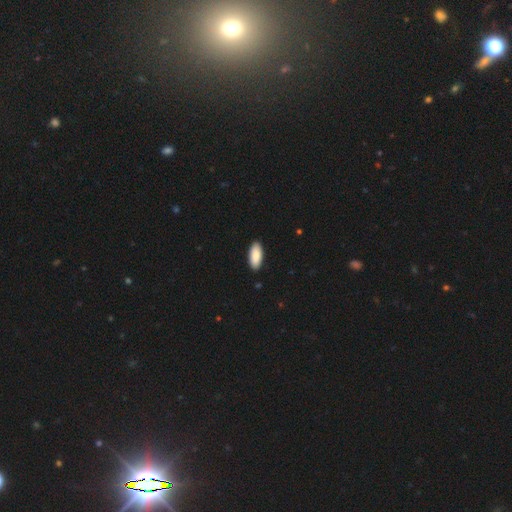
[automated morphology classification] This is clearly a smooth galaxy (89%). How rounded: clearly in between (88%). Merging: clearly none (90%).